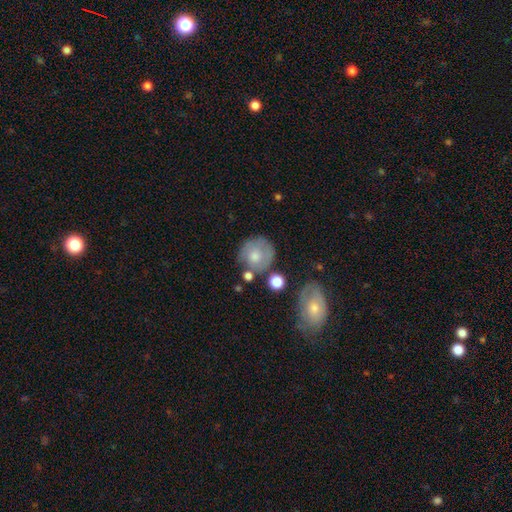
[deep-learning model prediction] Overall: smooth (62%; featured or disk 30%). How rounded: round (84%). Merging: none (59%; minor disturbance 22%).